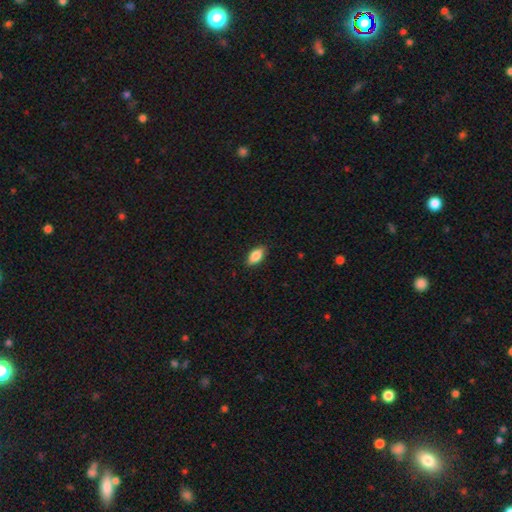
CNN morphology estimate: Overall: smooth (86%). How rounded: in between (90%). Merging: none (88%).